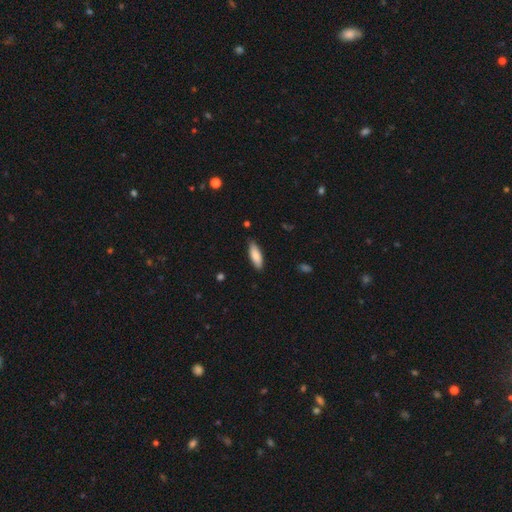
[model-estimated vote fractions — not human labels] A smooth galaxy with no disk features (83%) that is in between round and cigar-shaped (58%).

Vote fractions:
- Smooth or featured? smooth: 83% / featured or disk: 11% / star or artifact: 6%
- How rounded? in between: 58% / cigar-shaped: 40% / round: 2%
- Merging? none: 85% / minor disturbance: 12% / major disturbance: 2% / merger: 1%